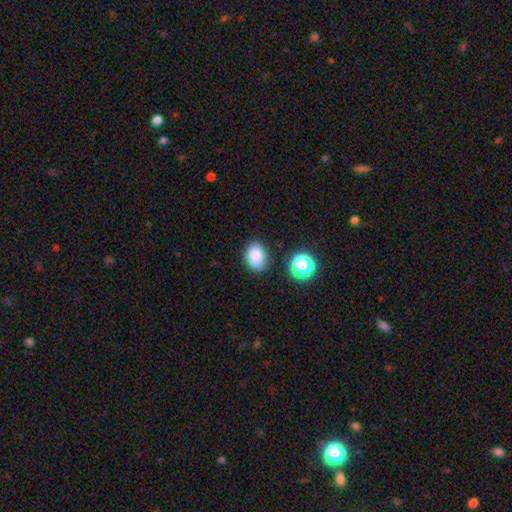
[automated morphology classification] Smooth or featured? Predicted: smooth (p=0.85). How rounded? Predicted: in between (p=0.73). Merging? Predicted: none (p=0.82).